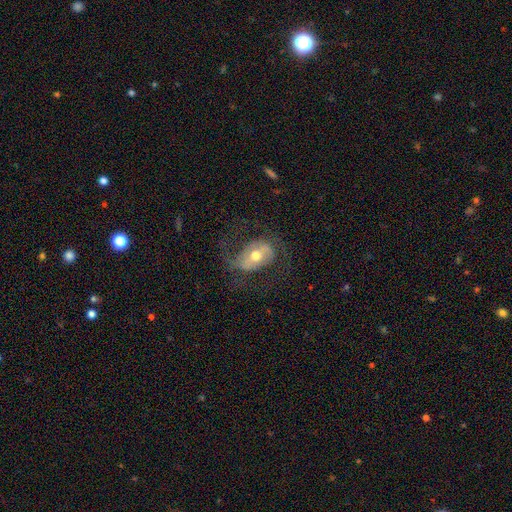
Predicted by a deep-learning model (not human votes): smooth_or_featured: featured or disk (p=0.67) [alt: smooth p=0.26]
disk_edge_on: no (p=0.94) [alt: yes p=0.06]
bar: weak (p=0.37) [alt: no p=0.32]
has_spiral_arms: yes (p=0.72) [alt: no p=0.28]
bulge_size: moderate (p=0.74) [alt: small p=0.15]
merging: none (p=0.56) [alt: major disturbance p=0.24]